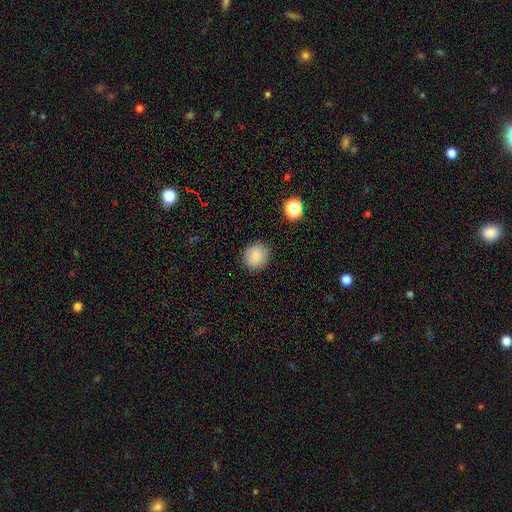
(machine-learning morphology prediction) smooth_or_featured: smooth (p=0.84) [alt: star or artifact p=0.10]
how_rounded: round (p=0.83) [alt: in between p=0.16]
merging: none (p=0.88) [alt: minor disturbance p=0.08]